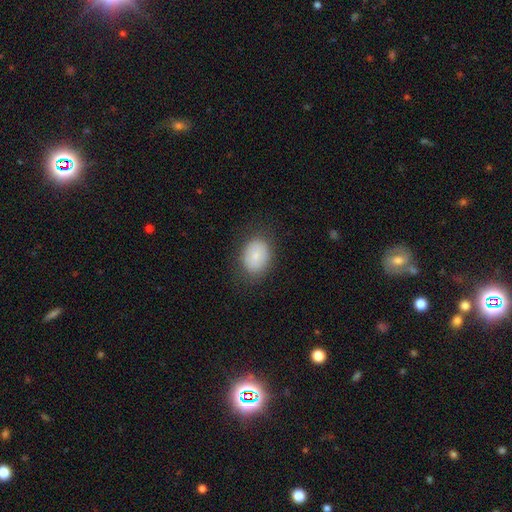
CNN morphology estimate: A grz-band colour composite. It shows a smooth galaxy with no disk features (79%) that is in between round and cigar-shaped (67%). Merging: none (79%).